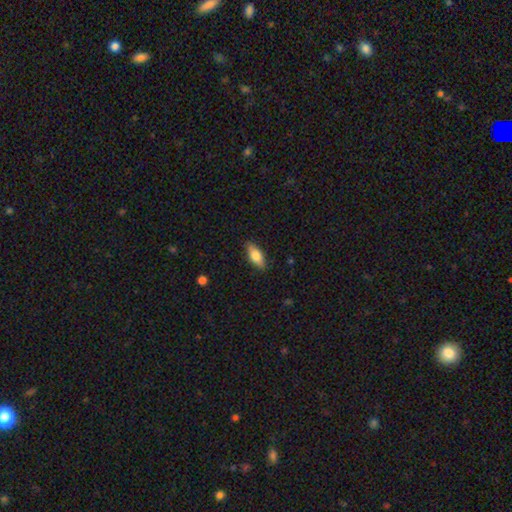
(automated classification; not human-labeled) smooth_or_featured: smooth (p=0.76) [alt: featured or disk p=0.18]
how_rounded: in between (p=0.81) [alt: cigar-shaped p=0.16]
merging: none (p=0.87) [alt: minor disturbance p=0.10]